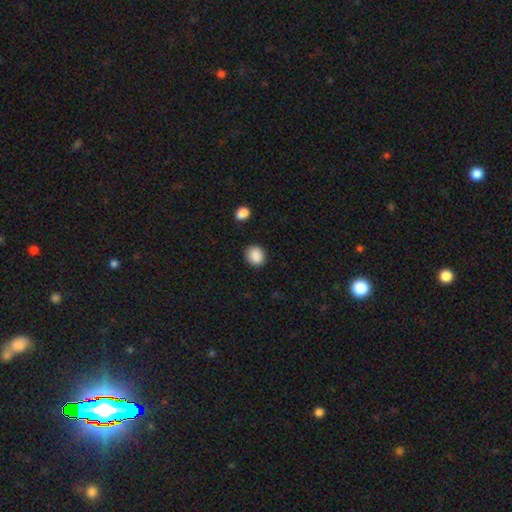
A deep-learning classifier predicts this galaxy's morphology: Overall: smooth (89%). How rounded: round (70%). Merging: none (86%).